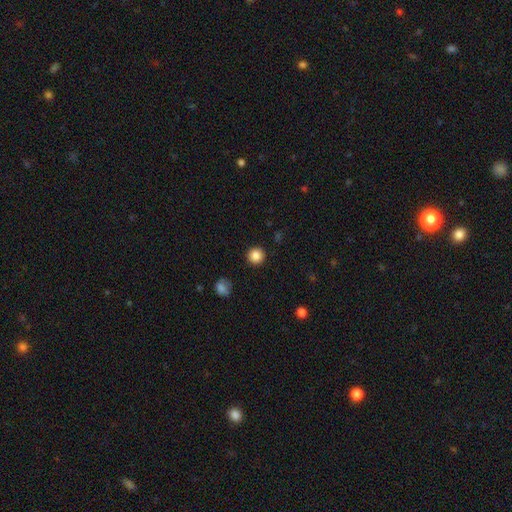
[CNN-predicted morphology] smooth-or-featured: smooth: 86% | star or artifact: 11% | featured or disk: 3%
  how-rounded: round: 95% | in between: 4% | cigar-shaped: 1%
  merging: none: 92% | minor disturbance: 5% | major disturbance: 2% | merger: 1%